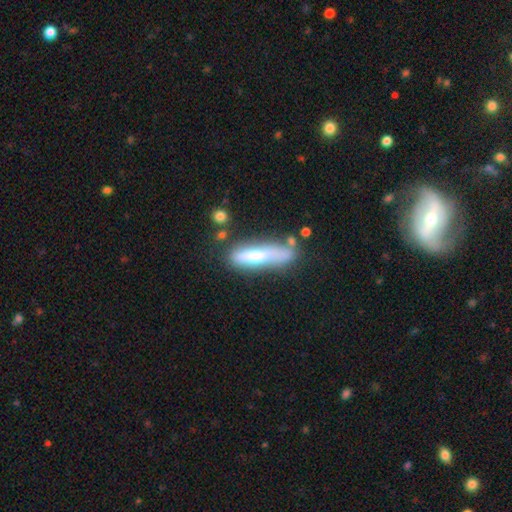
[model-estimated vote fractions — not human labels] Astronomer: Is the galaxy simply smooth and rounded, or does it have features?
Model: smooth — 47% (runner-up: featured or disk, 44%).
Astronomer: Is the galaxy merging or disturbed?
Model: none — 57%.